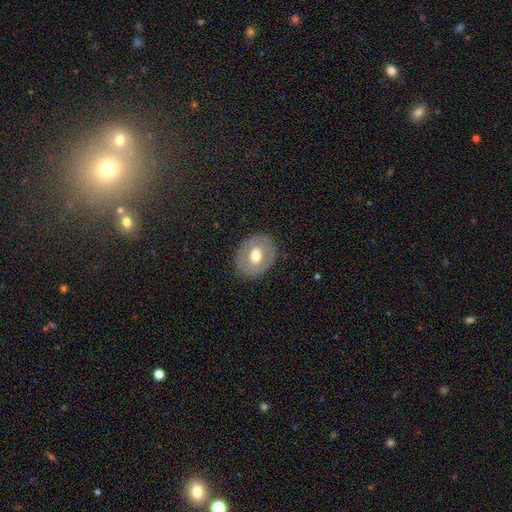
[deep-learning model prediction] smooth-or-featured: smooth: 49% | featured or disk: 44% | star or artifact: 6%
  merging: none: 84% | minor disturbance: 11% | major disturbance: 4% | merger: 1%